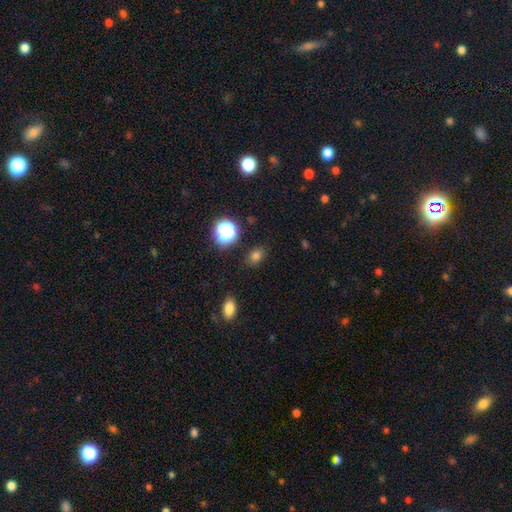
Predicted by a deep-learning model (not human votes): Smooth or featured? Predicted: smooth (p=0.77). How rounded? Predicted: in between (p=0.63). Merging? Predicted: none (p=0.84).